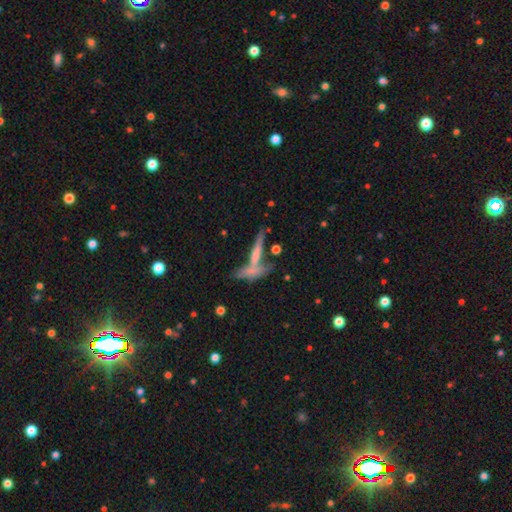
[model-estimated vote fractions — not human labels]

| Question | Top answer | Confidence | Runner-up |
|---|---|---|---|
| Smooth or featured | featured or disk | 48% | smooth (41%) |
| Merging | none | 50% | merger (33%) |